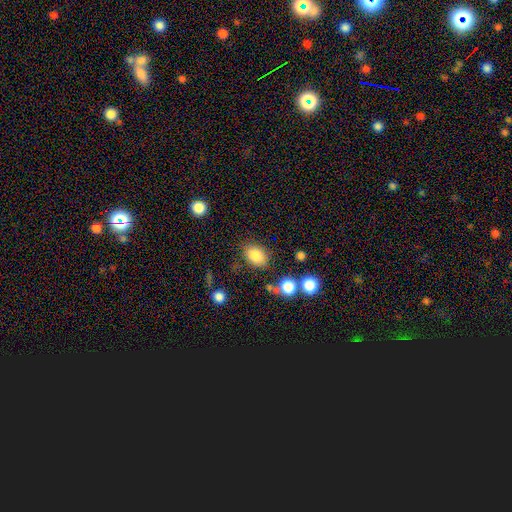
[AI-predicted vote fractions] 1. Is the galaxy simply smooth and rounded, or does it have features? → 83% smooth, 10% star or artifact, 7% featured or disk.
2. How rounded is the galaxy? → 75% in between, 23% round, 1% cigar-shaped.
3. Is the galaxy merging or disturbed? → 76% none, 14% minor disturbance, 6% merger, 5% major disturbance.